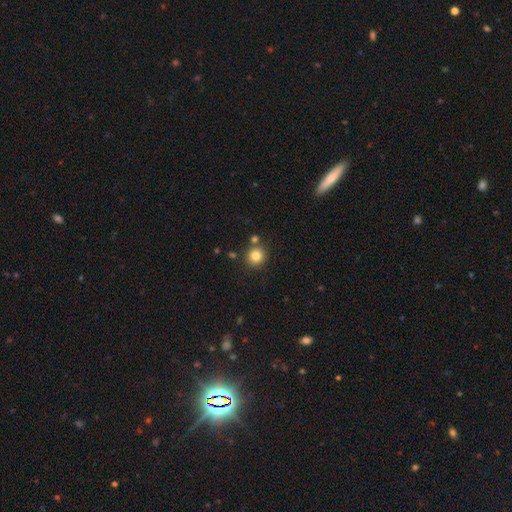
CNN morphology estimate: Overall: smooth (82%). How rounded: round (92%). Merging: none (80%).